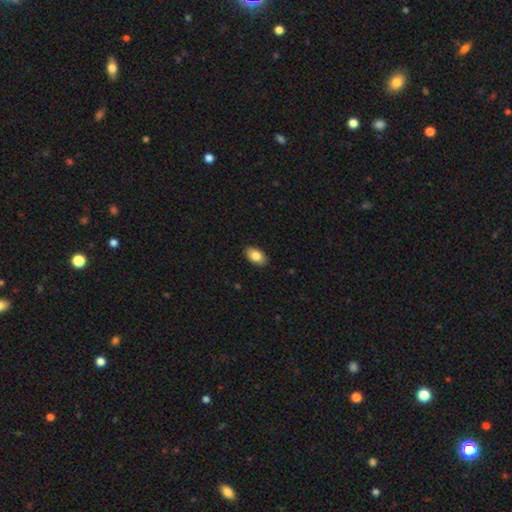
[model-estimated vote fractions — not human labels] A smooth galaxy with no disk features (84%) that is in between round and cigar-shaped (93%).

Vote fractions:
- Smooth or featured? smooth: 84% / featured or disk: 9% / star or artifact: 7%
- How rounded? in between: 93% / round: 6% / cigar-shaped: 2%
- Merging? none: 88% / minor disturbance: 9% / major disturbance: 2% / merger: 1%